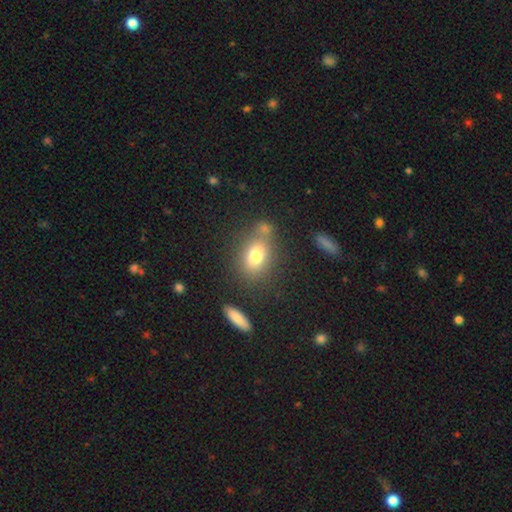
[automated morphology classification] Overall: smooth (76%). How rounded: in between (66%; round 31%). Merging: none (64%).